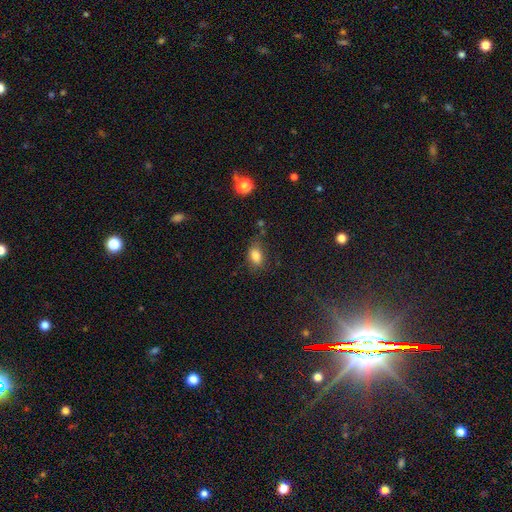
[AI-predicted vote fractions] Smooth or featured? smooth (82%)
How rounded? in between (82%)
Merging? none (68%)